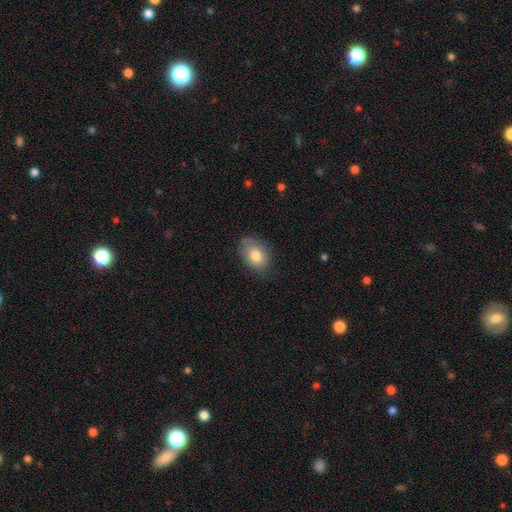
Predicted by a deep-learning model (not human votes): Morphology: type=smooth (78%); roundness=in between (77%); merging=none (71%).